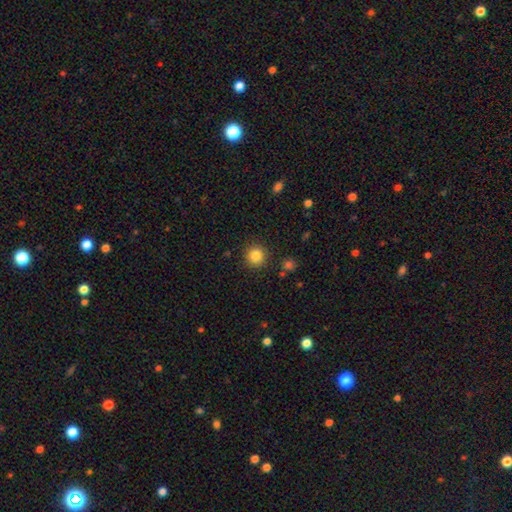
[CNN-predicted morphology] The model was most divided on "smooth or featured": smooth: 84%, star or artifact: 11%, featured or disk: 5%. More confident: how rounded — round (94%); merging — none (90%).